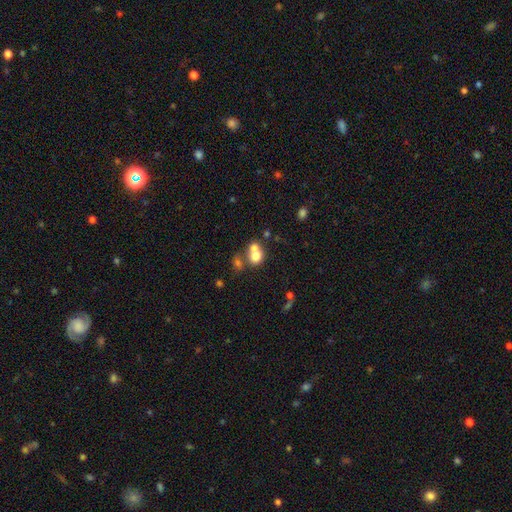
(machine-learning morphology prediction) Smooth or featured? smooth (72%)
How rounded? round (69%)
Merging? merger (59%)